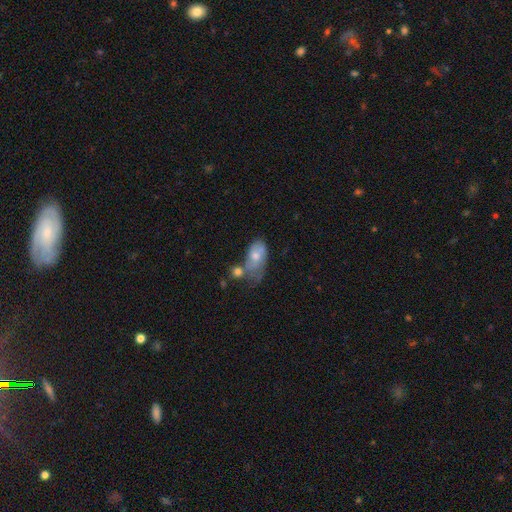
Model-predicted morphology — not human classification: This appears to be a smooth galaxy with no disk features (49%). Merging: none (30%).